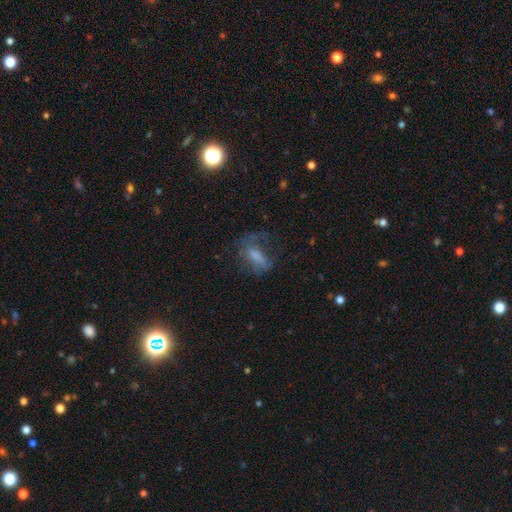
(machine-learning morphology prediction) smooth-or-featured: featured or disk: 42% | smooth: 37% | star or artifact: 21%
  merging: none: 45% | major disturbance: 31% | minor disturbance: 21% | merger: 2%